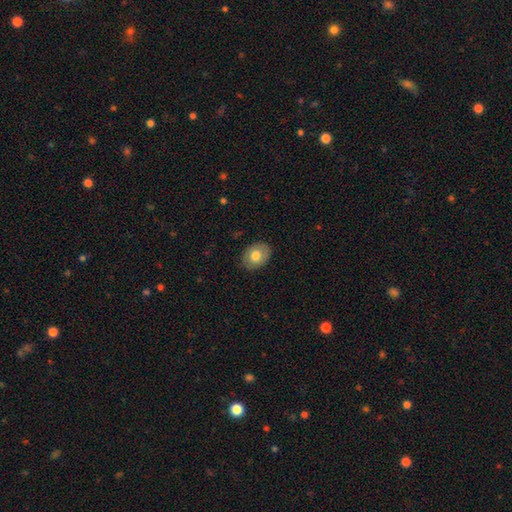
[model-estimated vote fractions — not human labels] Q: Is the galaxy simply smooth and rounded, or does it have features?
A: smooth — 73%.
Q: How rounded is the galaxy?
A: in between — 67%.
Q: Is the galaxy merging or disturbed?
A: none — 83%.